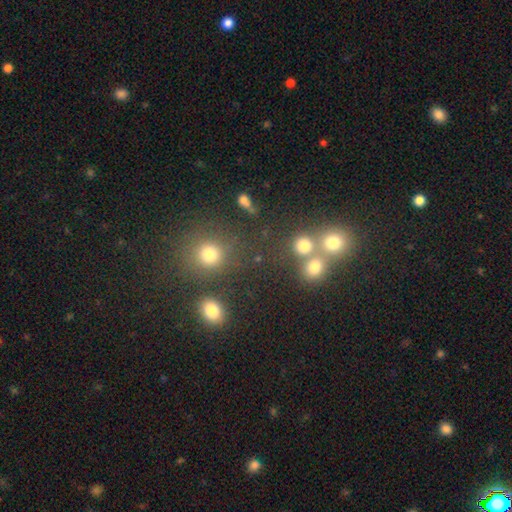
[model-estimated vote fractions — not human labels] Smooth or featured? Predicted: smooth (p=0.57). How rounded? Predicted: round (p=0.87). Merging? Predicted: none (p=0.69).